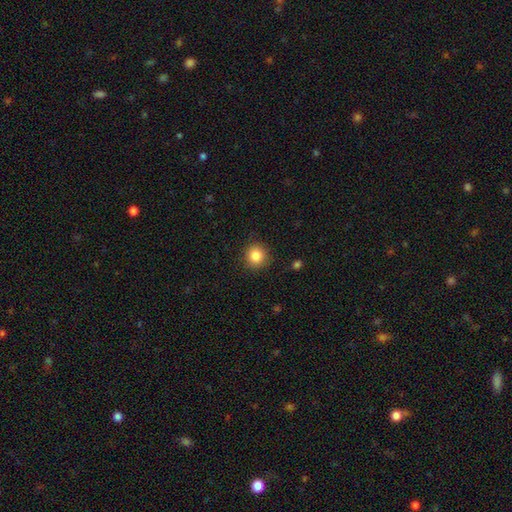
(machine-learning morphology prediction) Smooth or featured?
  - smooth: 85% *
  - star or artifact: 10%
  - featured or disk: 5%
How rounded?
  - round: 91% *
  - in between: 8%
  - cigar-shaped: 1%
Merging?
  - none: 89% *
  - minor disturbance: 8%
  - major disturbance: 2%
  - merger: 1%